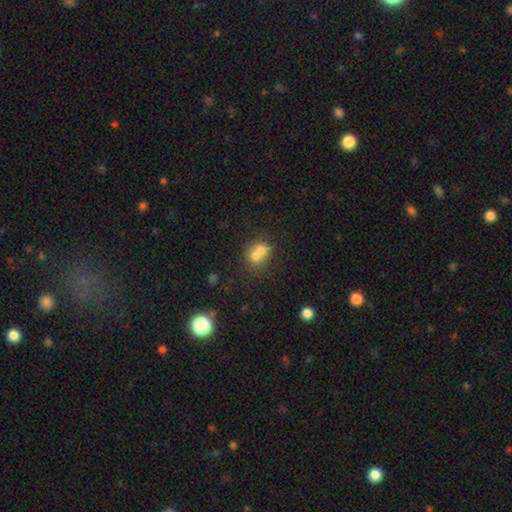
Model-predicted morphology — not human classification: Smooth or featured? smooth (65%)
How rounded? round (65%)
Merging? merger (65%)